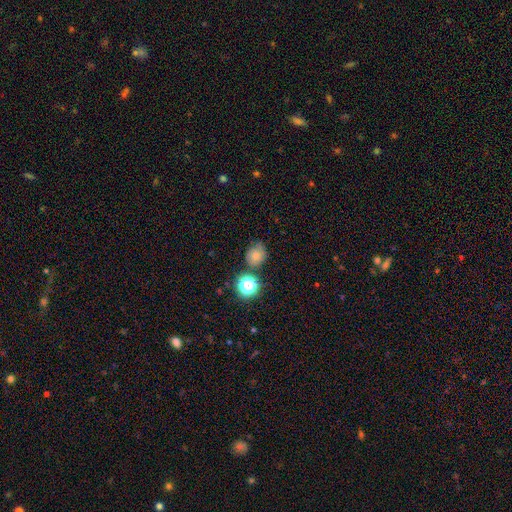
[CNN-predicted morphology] Overall: smooth (66%). How rounded: round (75%). Merging: none (60%; minor disturbance 25%).